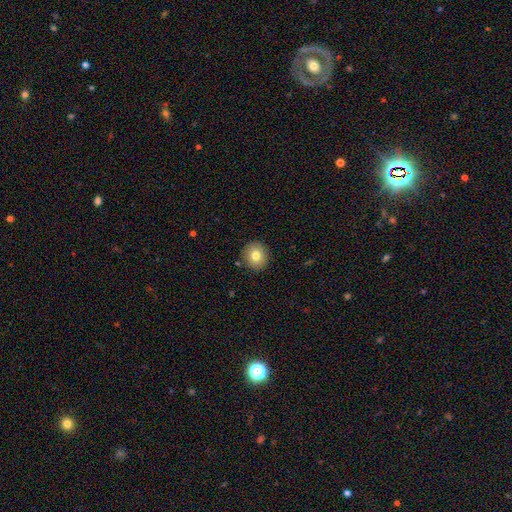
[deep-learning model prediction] Overall: smooth (78%). How rounded: round (88%). Merging: none (90%).